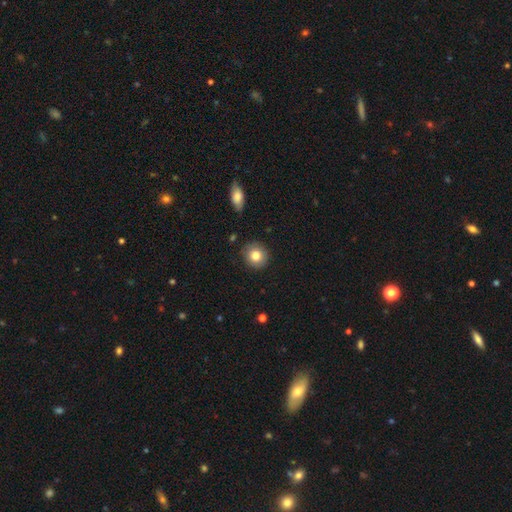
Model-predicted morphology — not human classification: A smooth galaxy with no disk features (81%) that is round (90%). Merging: none (88%).